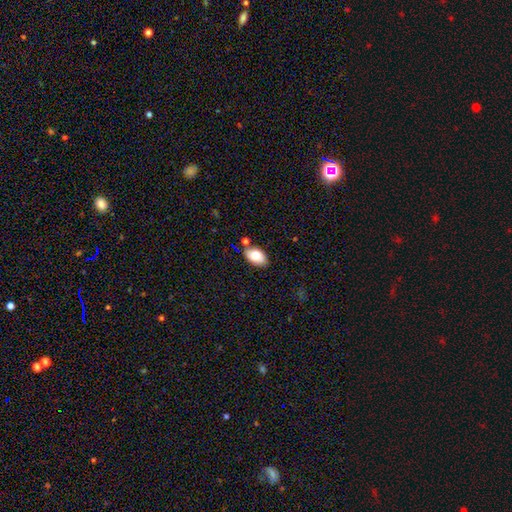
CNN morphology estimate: Smooth or featured? smooth (81%)
How rounded? in between (91%)
Merging? none (76%)